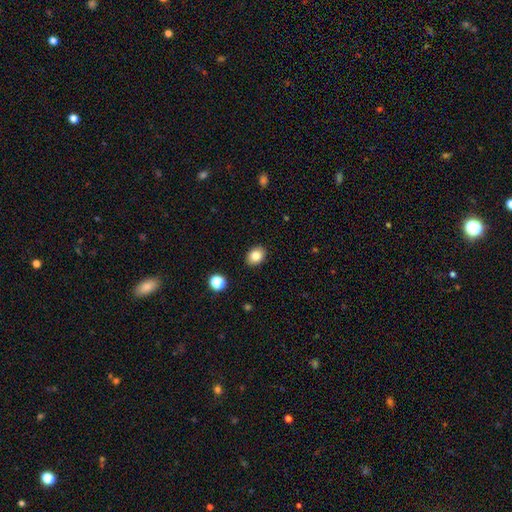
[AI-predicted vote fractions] A smooth galaxy with no disk features (83%) that is in between round and cigar-shaped (61%). Merging: none (90%).